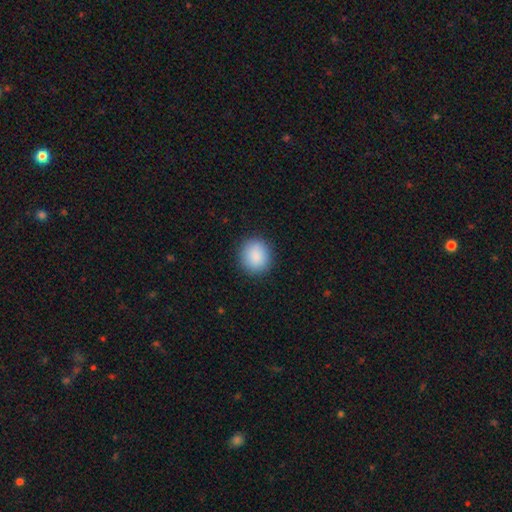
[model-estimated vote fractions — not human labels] Smooth or featured? smooth (89%)
How rounded? round (85%)
Merging? none (90%)